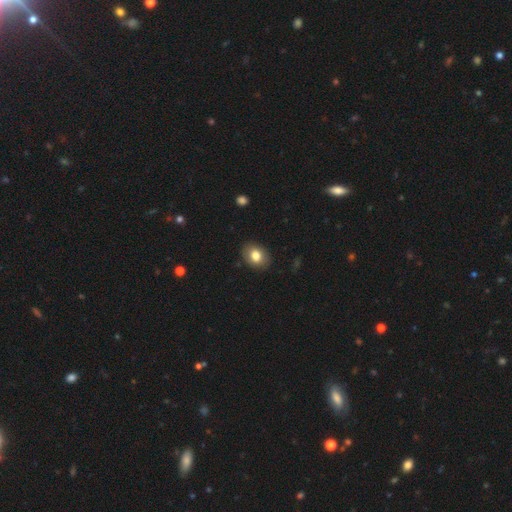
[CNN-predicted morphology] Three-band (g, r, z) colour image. It shows a smooth galaxy with no disk features (80%) that is in between round and cigar-shaped (64%). Merging: none (87%).